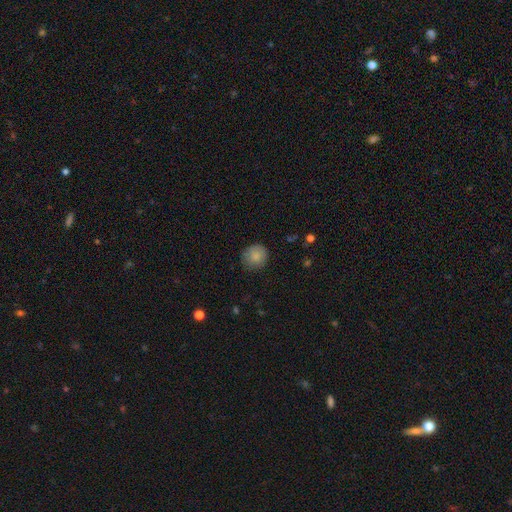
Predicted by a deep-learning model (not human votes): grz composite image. It shows a smooth galaxy with no disk features (86%) that is round (88%). Merging: none (81%).